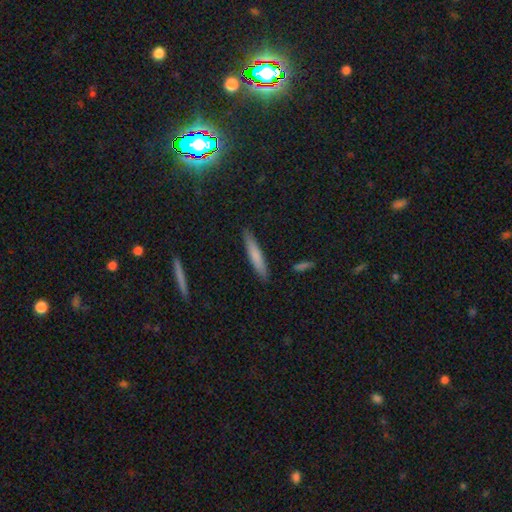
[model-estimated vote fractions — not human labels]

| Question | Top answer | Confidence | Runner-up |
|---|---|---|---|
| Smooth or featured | smooth | 75% | featured or disk (19%) |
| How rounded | cigar-shaped | 92% | in between (7%) |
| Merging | none | 89% | minor disturbance (8%) |